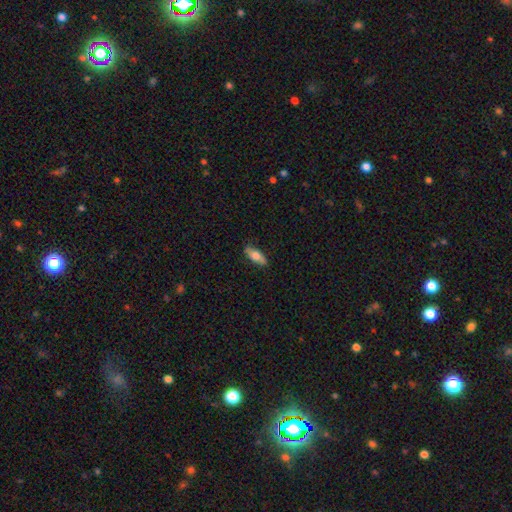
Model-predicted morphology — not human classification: smooth 70%, featured or disk 24%, star or artifact 6%. Down the decision tree: how rounded — in between (70%); merging — none (85%).